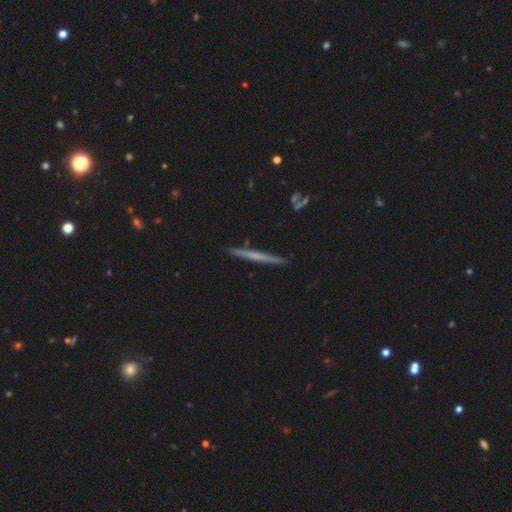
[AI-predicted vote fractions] smooth-or-featured: featured or disk: 50% | smooth: 44% | star or artifact: 6%
  merging: none: 90% | minor disturbance: 7% | merger: 1% | major disturbance: 1%